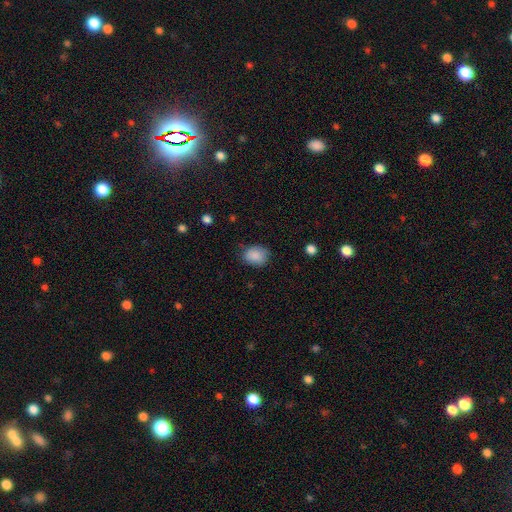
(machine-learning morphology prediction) smooth-or-featured: smooth: 87% | star or artifact: 8% | featured or disk: 5%
  how-rounded: in between: 56% | round: 43% | cigar-shaped: 1%
  merging: none: 72% | minor disturbance: 22% | major disturbance: 5% | merger: 1%